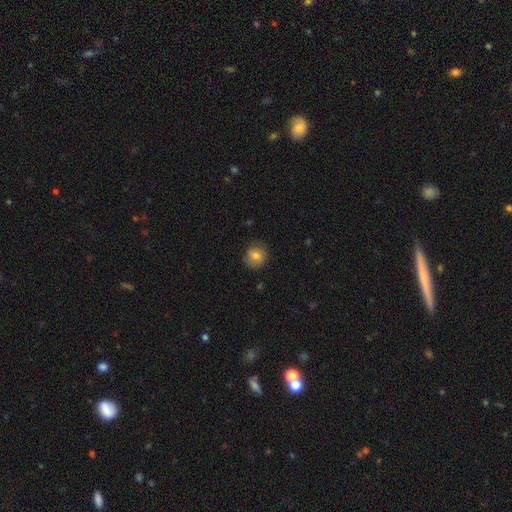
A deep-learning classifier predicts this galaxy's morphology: Smooth or featured? smooth (71%)
How rounded? round (85%)
Merging? none (80%)